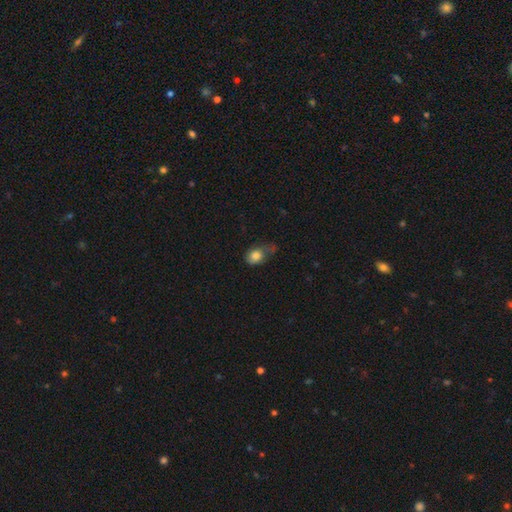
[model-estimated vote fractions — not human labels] Overall: smooth (81%). How rounded: in between (65%; round 34%). Merging: minor disturbance (36%; none 32%).